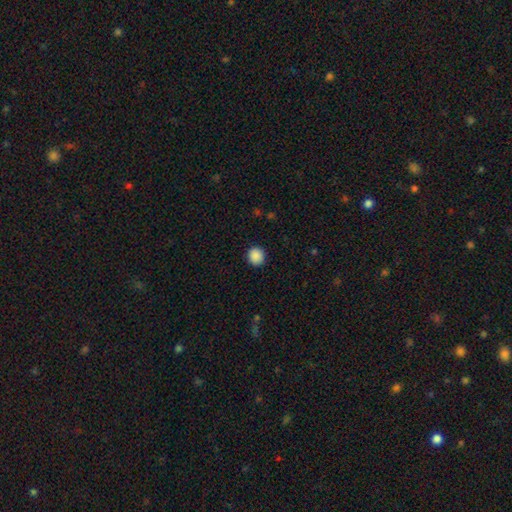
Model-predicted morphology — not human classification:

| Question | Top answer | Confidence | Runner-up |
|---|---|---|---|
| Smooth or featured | smooth | 89% | star or artifact (9%) |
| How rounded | round | 91% | in between (8%) |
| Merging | none | 91% | minor disturbance (6%) |